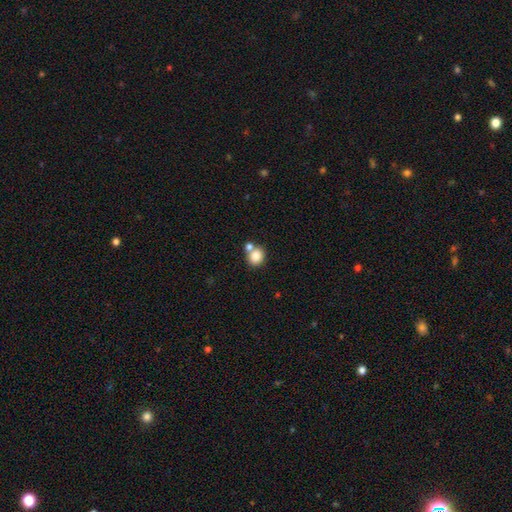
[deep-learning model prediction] This appears to be a smooth galaxy with no disk features (84%) that is round (71%). Merging: none (54%).